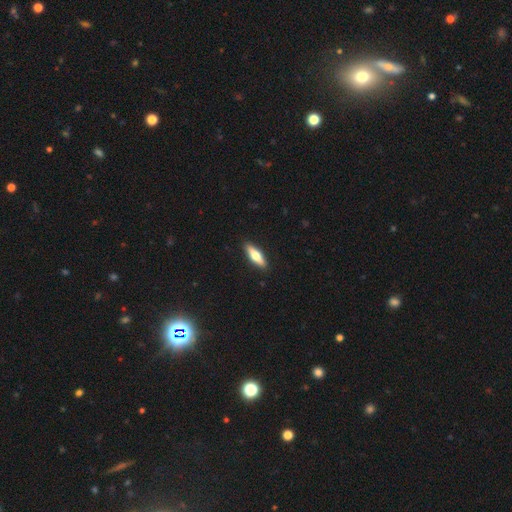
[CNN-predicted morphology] smooth-or-featured: smooth: 59% | featured or disk: 36% | star or artifact: 6%
  how-rounded: cigar-shaped: 58% | in between: 40% | round: 2%
  merging: none: 91% | minor disturbance: 7% | major disturbance: 1% | merger: 1%